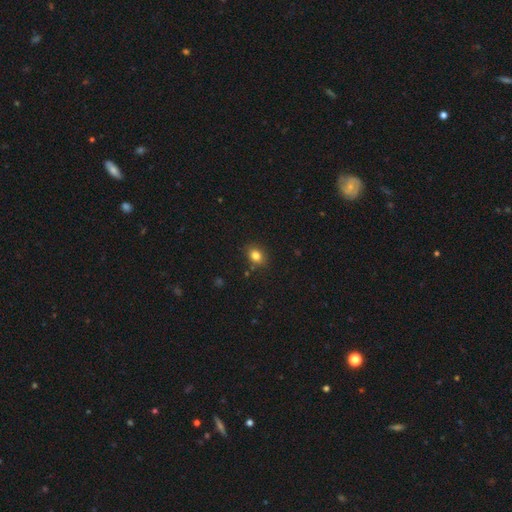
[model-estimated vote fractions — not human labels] smooth-or-featured: smooth: 82% | star or artifact: 11% | featured or disk: 7%
  how-rounded: in between: 50% | round: 49% | cigar-shaped: 1%
  merging: none: 84% | minor disturbance: 11% | merger: 3% | major disturbance: 2%